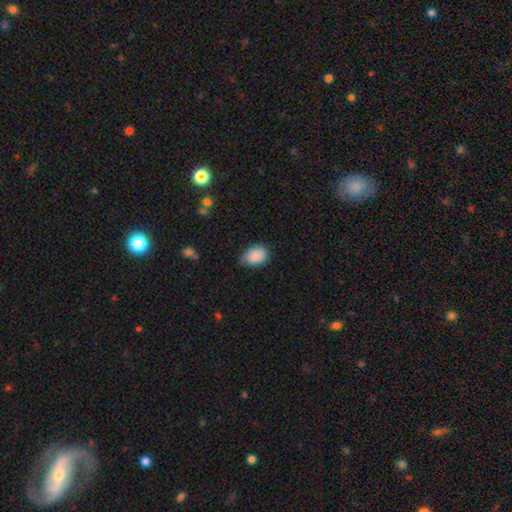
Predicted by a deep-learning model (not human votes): This is clearly a smooth galaxy (88%). How rounded: likely in between (76%). Merging: likely none (67%).